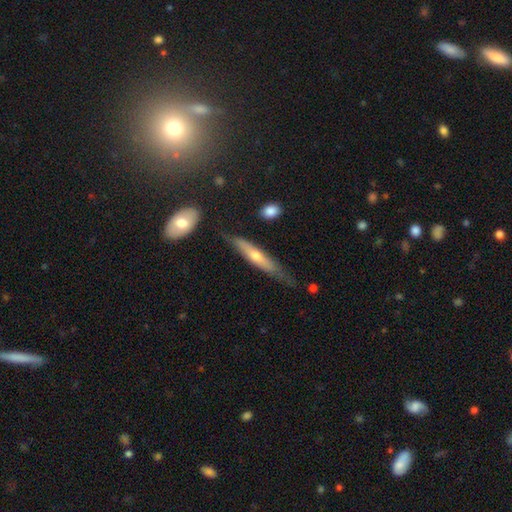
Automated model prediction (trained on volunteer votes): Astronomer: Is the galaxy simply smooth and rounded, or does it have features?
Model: featured or disk — 57% (runner-up: smooth, 35%).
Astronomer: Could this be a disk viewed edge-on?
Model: yes — 86%.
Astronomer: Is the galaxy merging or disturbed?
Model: none — 68%.